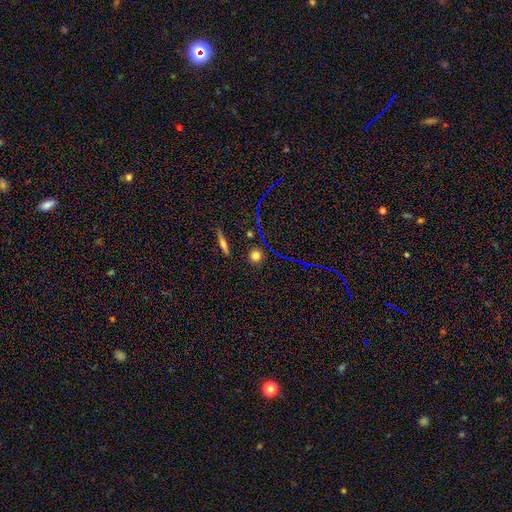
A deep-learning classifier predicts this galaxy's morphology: Q: Smooth or featured?
A: smooth (70%); runner-up: star or artifact (19%)
Q: How rounded?
A: round (87%); runner-up: in between (10%)
Q: Merging?
A: none (87%); runner-up: minor disturbance (8%)